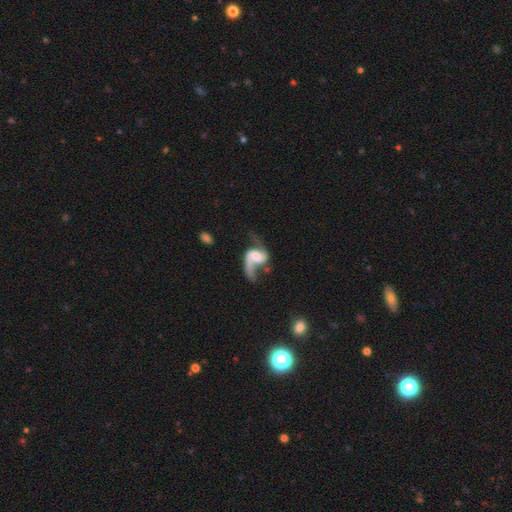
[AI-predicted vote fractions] A featured or disk galaxy (82%) with a weak bar (41%, tied with no), 2 (70%) loose (74%) spiral arms (92%) and a moderate central bulge (35%).

Vote fractions:
- Smooth or featured? featured or disk: 82% / smooth: 12% / star or artifact: 6%
- Edge-on disk? no: 97% / yes: 3%
- Bar? weak: 41% (tied) / no: 41% (tied) / strong: 18%
- Spiral arms? yes: 92% / no: 8%
- Spiral winding? loose: 74% / medium: 22% / tight: 4%
- Spiral arm count? 2: 70% / 1: 25% / can't tell: 2% / 3: 1% / 4: 1% / more than 4: 1%
- Bulge size? moderate: 35% / small: 28% / none: 17% / large: 17% / dominant: 3%
- Merging? none: 37% / major disturbance: 36% / minor disturbance: 15% / merger: 11%